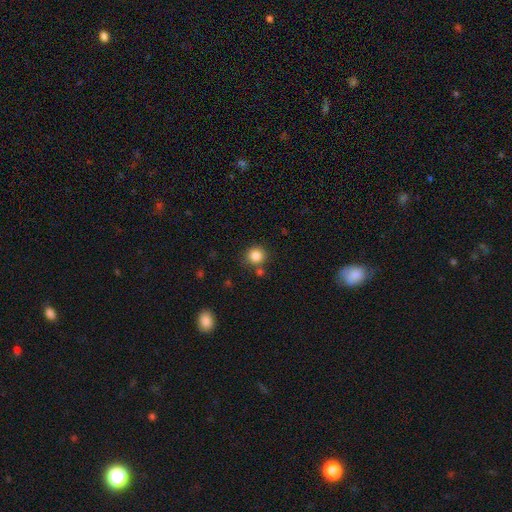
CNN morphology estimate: This appears to be a smooth galaxy with no disk features (85%) that is round (91%). Merging: none (79%).